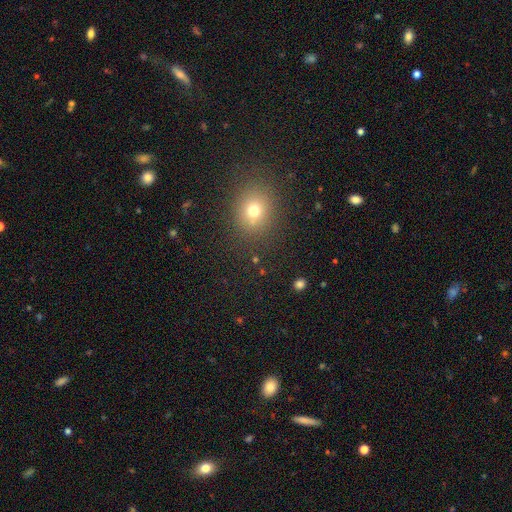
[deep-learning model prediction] smooth-or-featured: smooth: 67% | star or artifact: 26% | featured or disk: 8%
  how-rounded: round: 67% | in between: 31% | cigar-shaped: 1%
  merging: none: 90% | minor disturbance: 6% | major disturbance: 3% | merger: 1%